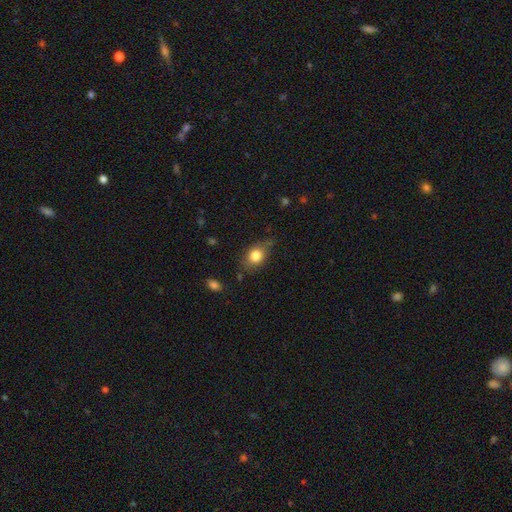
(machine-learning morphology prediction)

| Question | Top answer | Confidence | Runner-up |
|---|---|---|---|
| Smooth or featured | smooth | 80% | featured or disk (11%) |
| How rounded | in between | 56% | round (42%) |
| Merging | none | 65% | minor disturbance (26%) |